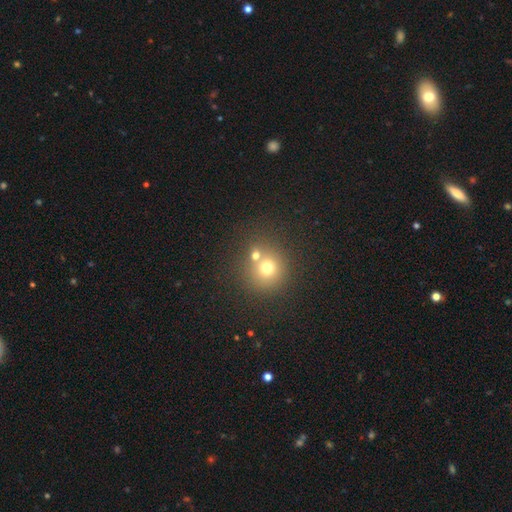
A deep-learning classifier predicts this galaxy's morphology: Overall: smooth (69%). How rounded: round (90%). Merging: none (57%; merger 33%).